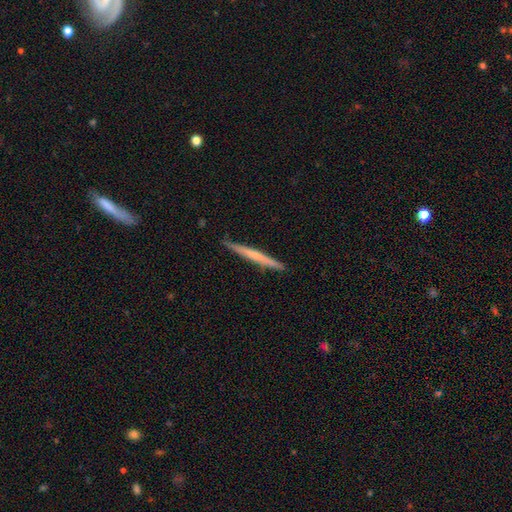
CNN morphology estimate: Overall: featured or disk (51%; smooth 43%). Edge-on disk: yes (97%). Merging: none (91%).